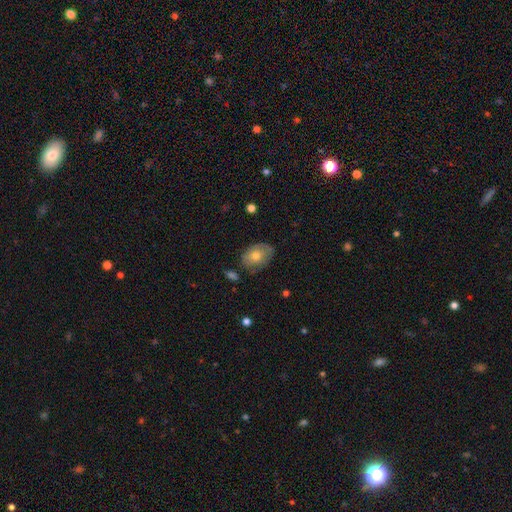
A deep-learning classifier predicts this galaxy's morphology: The model was most divided on "smooth or featured": smooth: 61%, featured or disk: 31%, star or artifact: 7%. More confident: how rounded — in between (70%); merging — none (68%).